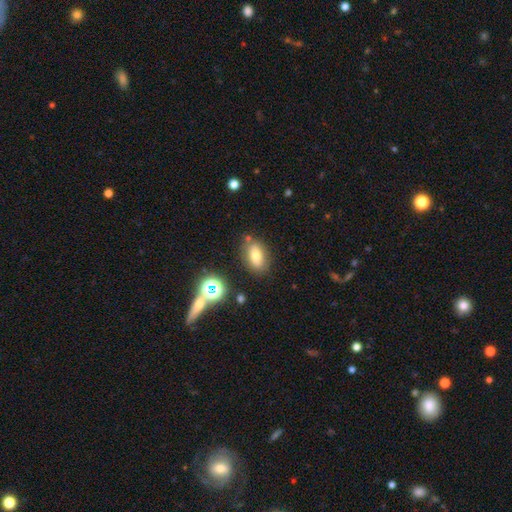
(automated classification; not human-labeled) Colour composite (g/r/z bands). It shows a smooth galaxy with no disk features (69%) that is in between round and cigar-shaped (84%). Merging: none (78%).